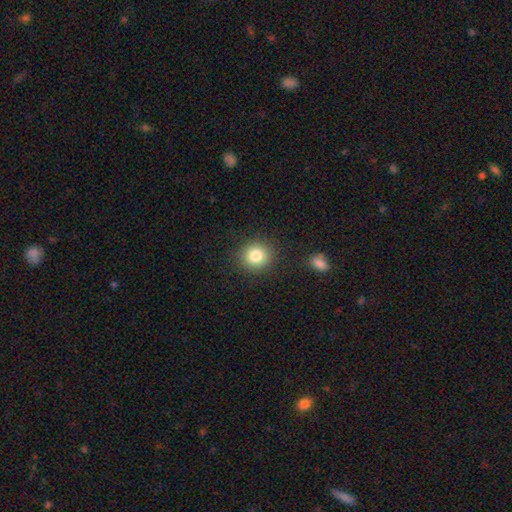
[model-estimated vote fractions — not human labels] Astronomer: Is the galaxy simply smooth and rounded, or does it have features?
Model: smooth — 83%.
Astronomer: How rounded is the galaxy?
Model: round — 87%.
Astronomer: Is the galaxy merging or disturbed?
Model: none — 89%.